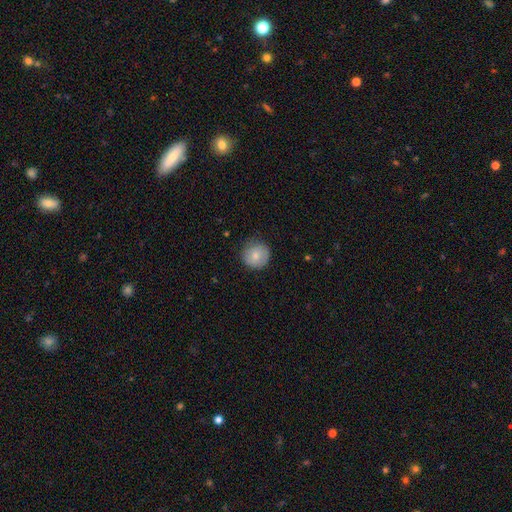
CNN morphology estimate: The model was most divided on "smooth or featured": smooth: 77%, featured or disk: 16%, star or artifact: 7%. More confident: how rounded — round (92%); merging — none (80%).